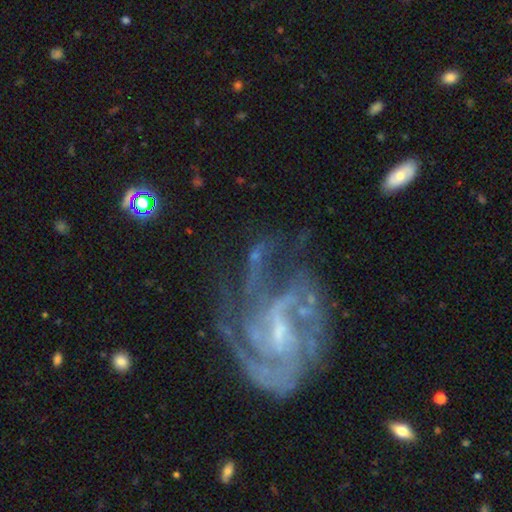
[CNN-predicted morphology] Smooth or featured: featured or disk — 79% (star or artifact — 13%)
Edge-on disk: no — 97% (yes — 3%)
Bar: weak — 41% (no — 30%)
Spiral arms: yes — 86% (no — 14%)
Spiral winding: medium — 43% (loose — 30%)
Spiral arm count: 2 — 33% (can't tell — 26%)
Bulge size: small — 52% (moderate — 22%)
Merging: none — 47% (major disturbance — 32%)